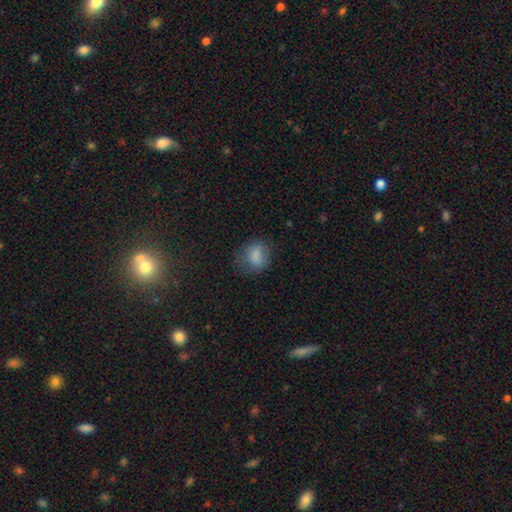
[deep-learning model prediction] The model was most divided on "how rounded" (2-way tie): in between: 49%, round: 49%, cigar-shaped: 1%. More confident: smooth or featured — smooth (80%); merging — none (61%).